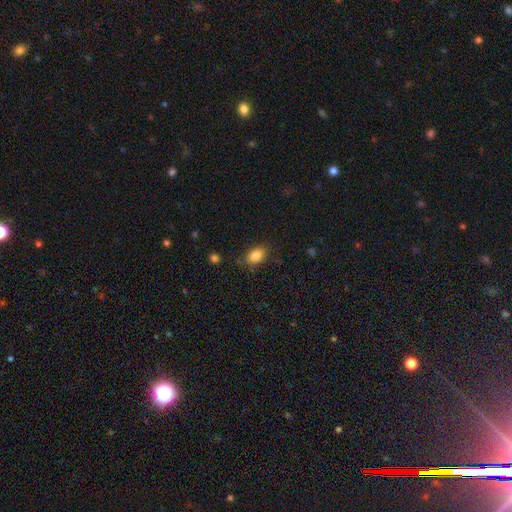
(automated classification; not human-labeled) smooth-or-featured: smooth: 85% | star or artifact: 9% | featured or disk: 6%
  how-rounded: in between: 86% | round: 12% | cigar-shaped: 2%
  merging: none: 82% | minor disturbance: 13% | major disturbance: 3% | merger: 2%